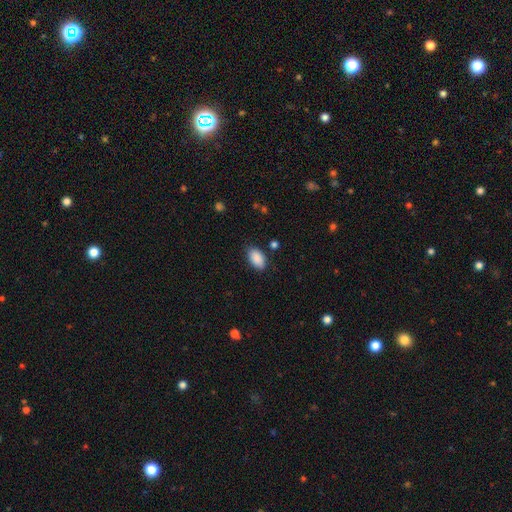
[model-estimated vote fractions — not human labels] A smooth galaxy with no disk features (90%) that is in between round and cigar-shaped (94%).

Vote fractions:
- Smooth or featured? smooth: 90% / star or artifact: 7% / featured or disk: 3%
- How rounded? in between: 94% / round: 4% / cigar-shaped: 2%
- Merging? none: 83% / minor disturbance: 12% / major disturbance: 3% / merger: 2%